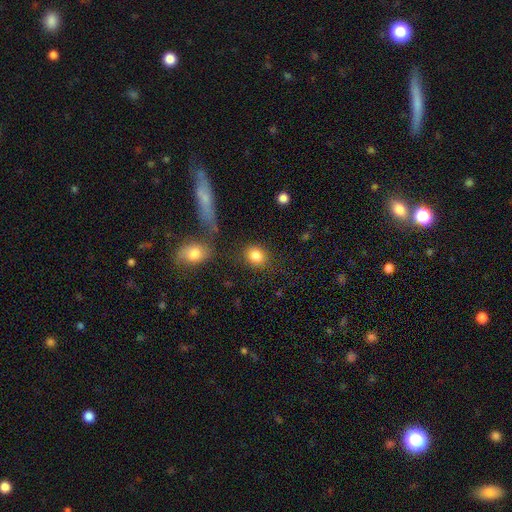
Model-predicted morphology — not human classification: A smooth galaxy with no disk features (85%) that is round (62%).

Vote fractions:
- Smooth or featured? smooth: 85% / star or artifact: 9% / featured or disk: 7%
- How rounded? round: 62% / in between: 36% / cigar-shaped: 2%
- Merging? none: 81% / minor disturbance: 10% / merger: 5% / major disturbance: 4%